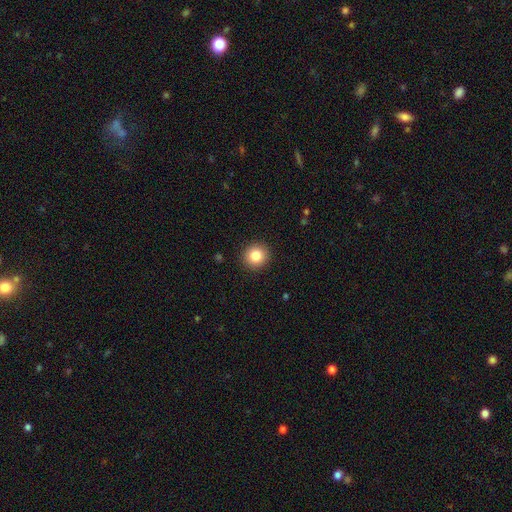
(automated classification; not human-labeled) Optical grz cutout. It shows a smooth galaxy with no disk features (84%) that is round (92%). Merging: none (92%).